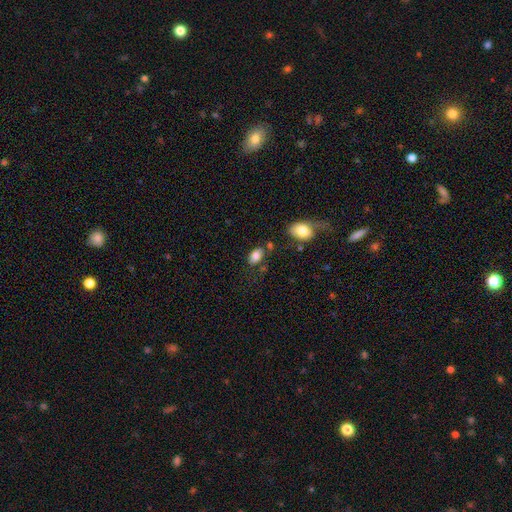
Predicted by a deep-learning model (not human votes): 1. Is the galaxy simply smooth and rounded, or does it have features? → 84% smooth, 8% featured or disk, 8% star or artifact.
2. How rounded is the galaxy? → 89% in between, 9% round, 2% cigar-shaped.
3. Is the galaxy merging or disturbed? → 67% none, 17% minor disturbance, 10% merger, 6% major disturbance.